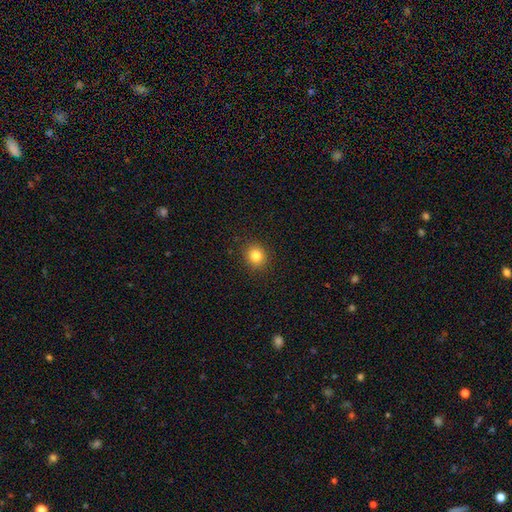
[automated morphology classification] This appears to be a smooth galaxy with no disk features (82%) that is round (83%). Merging: none (91%).